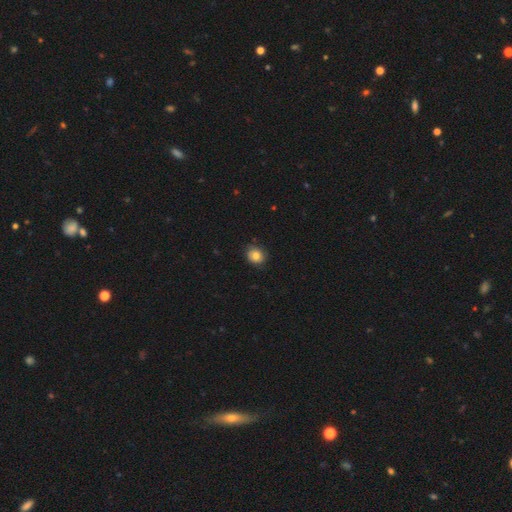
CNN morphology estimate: A smooth galaxy with no disk features (77%) that is round (71%).

Vote fractions:
- Smooth or featured? smooth: 77% / featured or disk: 13% / star or artifact: 10%
- How rounded? round: 71% / in between: 28% / cigar-shaped: 1%
- Merging? none: 80% / minor disturbance: 16% / major disturbance: 3% / merger: 1%